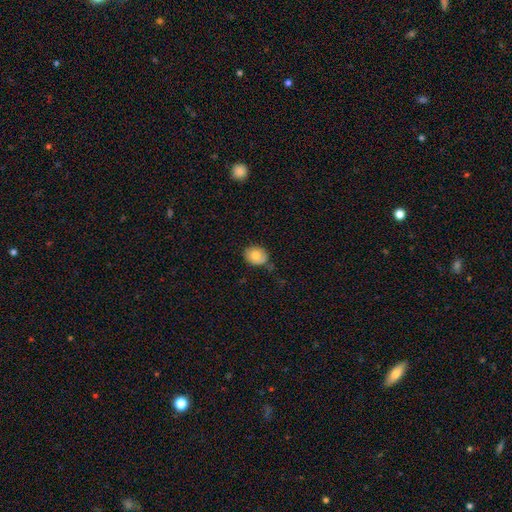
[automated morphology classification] smooth 76%, featured or disk 16%, star or artifact 8%. Down the decision tree: how rounded — round (60%); merging — none (67%).